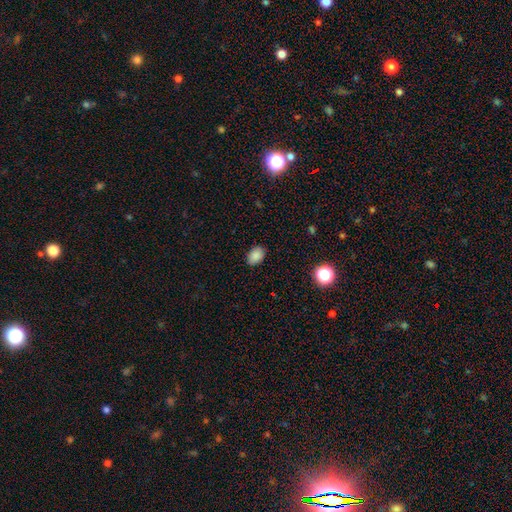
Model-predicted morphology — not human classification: The model was most divided on "how rounded": in between: 78%, round: 21%, cigar-shaped: 1%. More confident: smooth or featured — smooth (86%); merging — none (85%).